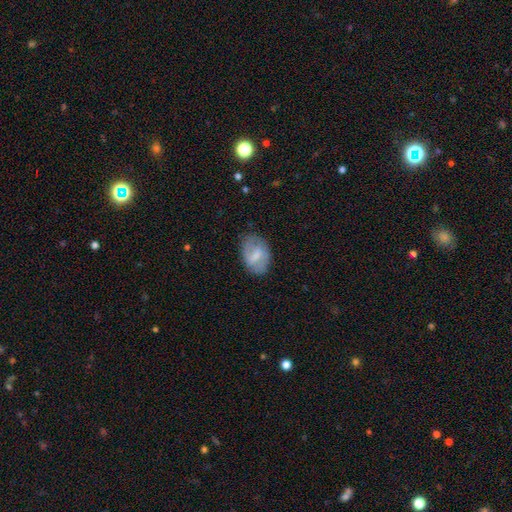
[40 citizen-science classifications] A smooth galaxy with no disk features (62%) that is in between round and cigar-shaped (80%). Merging: none (81%).